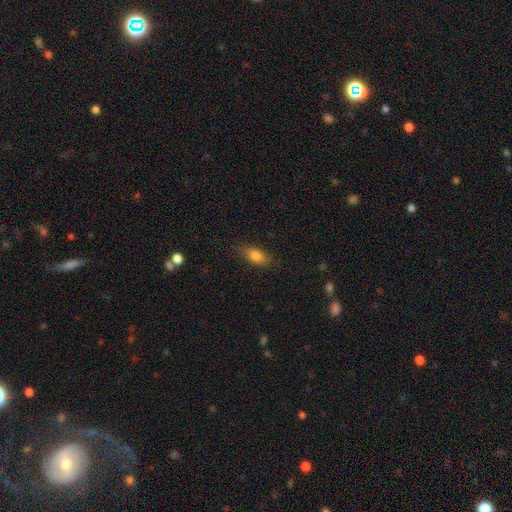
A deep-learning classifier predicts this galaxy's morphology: smooth-or-featured: smooth: 81% | featured or disk: 10% | star or artifact: 9%
  how-rounded: in between: 84% | cigar-shaped: 10% | round: 7%
  merging: none: 83% | minor disturbance: 13% | major disturbance: 3% | merger: 1%